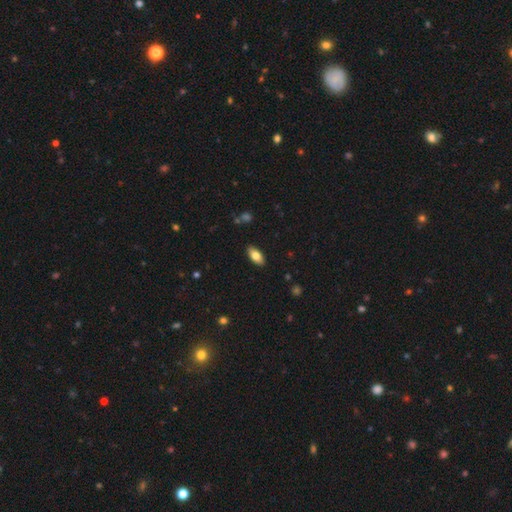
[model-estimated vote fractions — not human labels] smooth_or_featured: smooth (p=0.78) [alt: featured or disk p=0.16]
how_rounded: in between (p=0.90) [alt: cigar-shaped p=0.08]
merging: none (p=0.88) [alt: minor disturbance p=0.09]